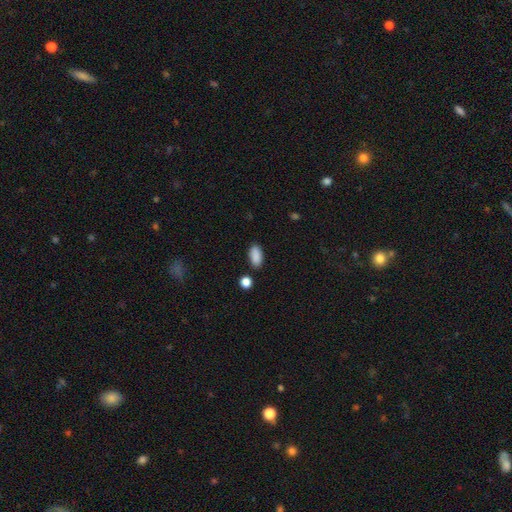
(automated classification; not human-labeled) smooth 89%, star or artifact 7%, featured or disk 3%. Down the decision tree: how rounded — in between (90%); merging — none (85%).